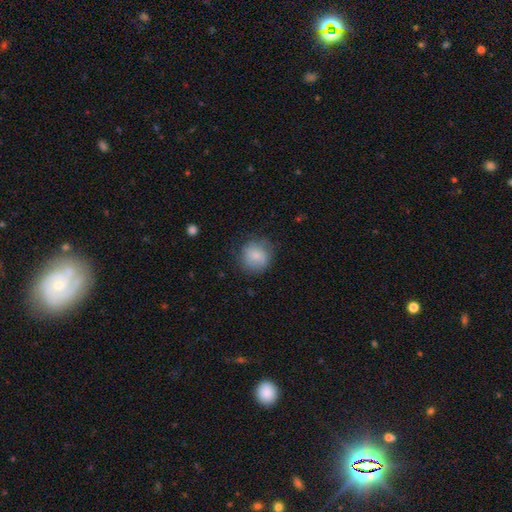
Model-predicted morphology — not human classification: Smooth or featured? Predicted: smooth (p=0.76). How rounded? Predicted: round (p=0.88). Merging? Predicted: none (p=0.73).